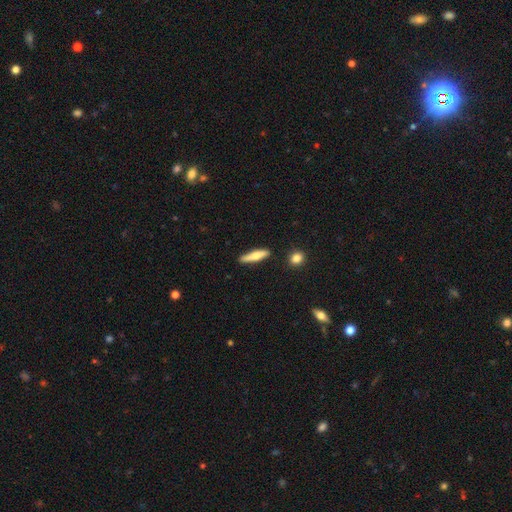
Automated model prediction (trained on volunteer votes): Smooth or featured: smooth — 63% (featured or disk — 31%)
How rounded: cigar-shaped — 81% (in between — 17%)
Merging: none — 87% (minor disturbance — 9%)